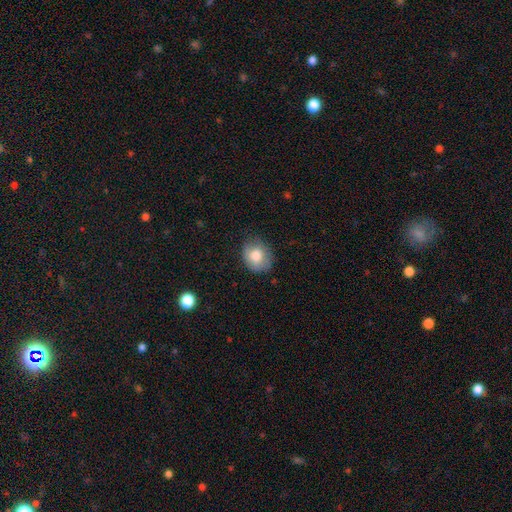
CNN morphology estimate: This is likely a smooth galaxy (78%). How rounded: possibly round (60%). Merging: likely none (69%).